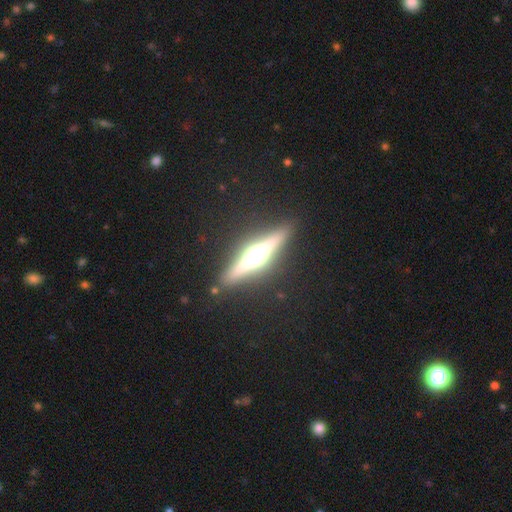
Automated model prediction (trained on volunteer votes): A featured or disk galaxy (78%) viewed edge-on (96%) with a rounded central bulge (93%). Merging: none (88%).